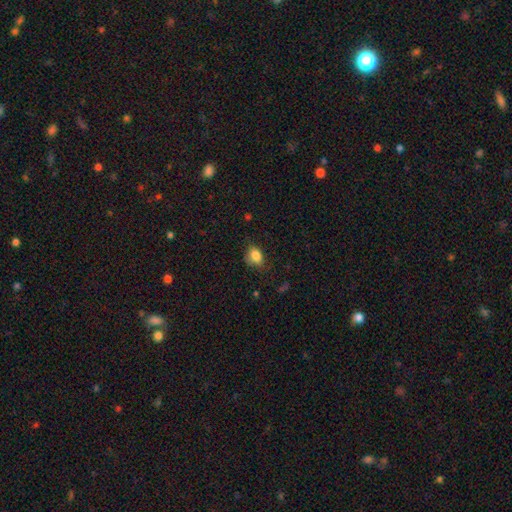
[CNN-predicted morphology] smooth_or_featured: smooth (p=0.84) [alt: star or artifact p=0.10]
how_rounded: in between (p=0.68) [alt: round p=0.30]
merging: none (p=0.64) [alt: minor disturbance p=0.27]